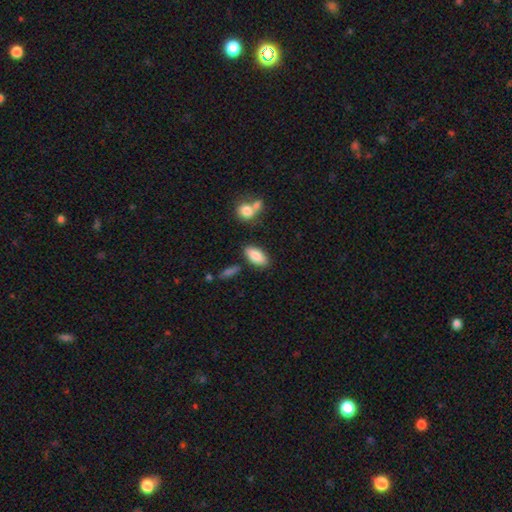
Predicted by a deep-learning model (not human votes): This is clearly a smooth galaxy (85%). How rounded: clearly in between (89%). Merging: likely none (79%).